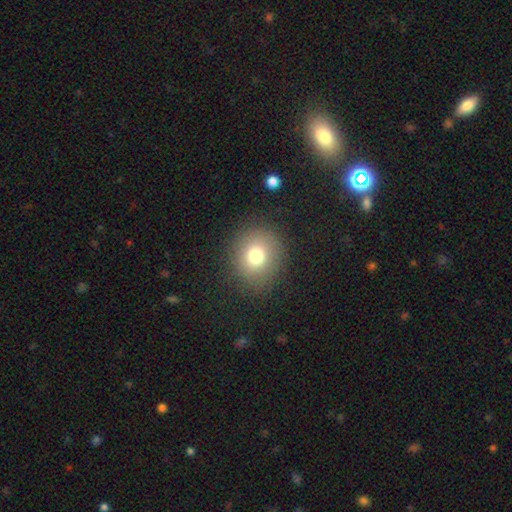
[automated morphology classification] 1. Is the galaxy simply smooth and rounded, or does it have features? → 75% smooth, 14% star or artifact, 11% featured or disk.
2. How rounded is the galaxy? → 81% round, 18% in between, 1% cigar-shaped.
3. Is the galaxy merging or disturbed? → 86% none, 8% minor disturbance, 4% major disturbance, 1% merger.